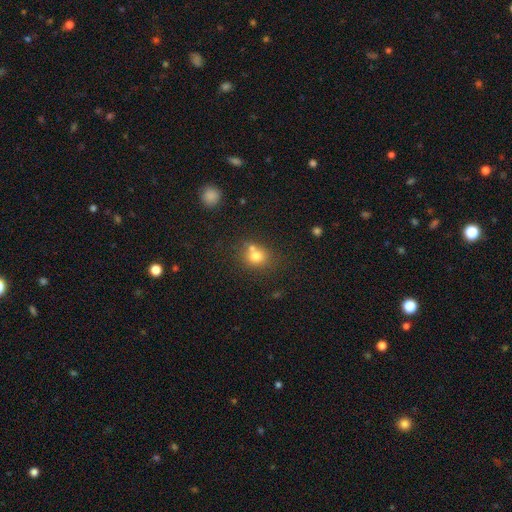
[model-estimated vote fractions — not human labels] A smooth galaxy with no disk features (74%) that is round (71%). Merging: none (51%).